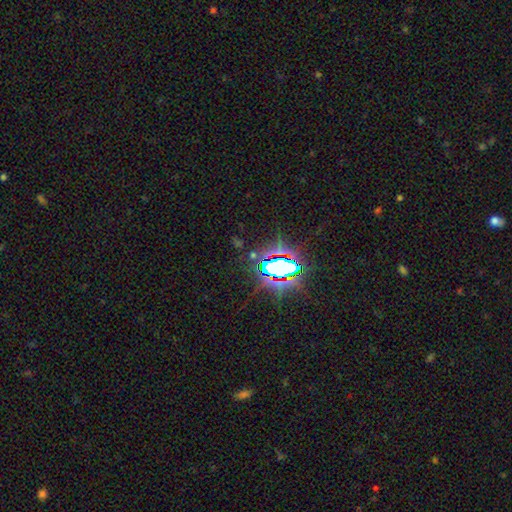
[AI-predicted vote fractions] smooth-or-featured: star or artifact: 75% | smooth: 15% | featured or disk: 10%